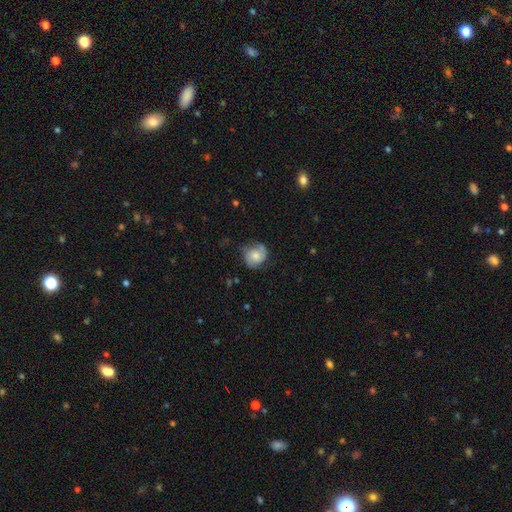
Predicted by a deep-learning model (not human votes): Smooth or featured?
  - featured or disk: 53% *
  - smooth: 39%
  - star or artifact: 8%
Edge-on disk?
  - no: 97% *
  - yes: 3%
Bar?
  - no: 75% *
  - weak: 21%
  - strong: 4%
Spiral arms?
  - yes: 86% *
  - no: 14%
Bulge size?
  - moderate: 51% *
  - small: 34%
  - large: 8%
  - none: 5%
  - dominant: 2%
Merging?
  - none: 60% *
  - minor disturbance: 27%
  - major disturbance: 11%
  - merger: 2%